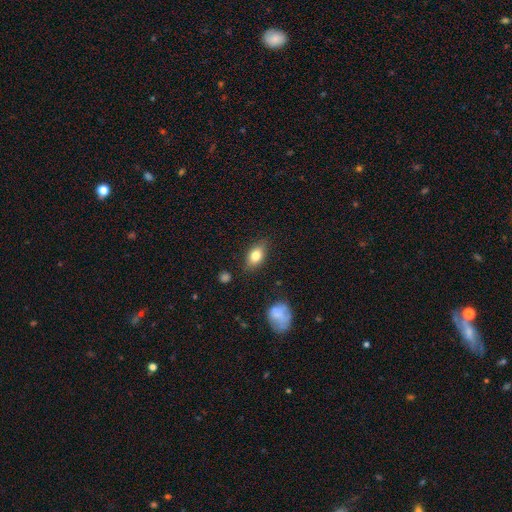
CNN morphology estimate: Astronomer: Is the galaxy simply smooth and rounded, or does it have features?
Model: smooth — 77%.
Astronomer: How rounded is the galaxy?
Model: in between — 83%.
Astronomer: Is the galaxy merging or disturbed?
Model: none — 80%.